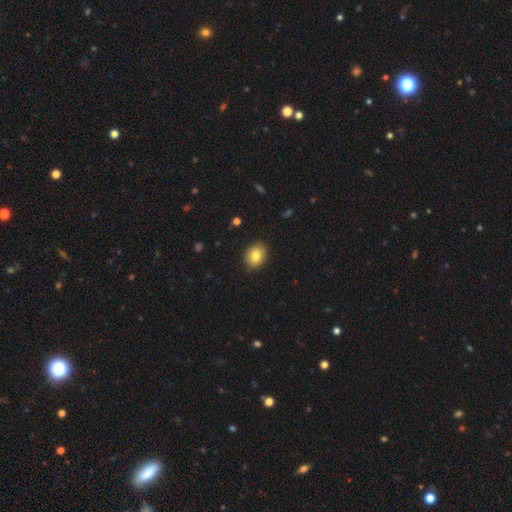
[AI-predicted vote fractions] smooth 83%, star or artifact 9%, featured or disk 9%. Down the decision tree: how rounded — in between (54%); merging — none (87%).